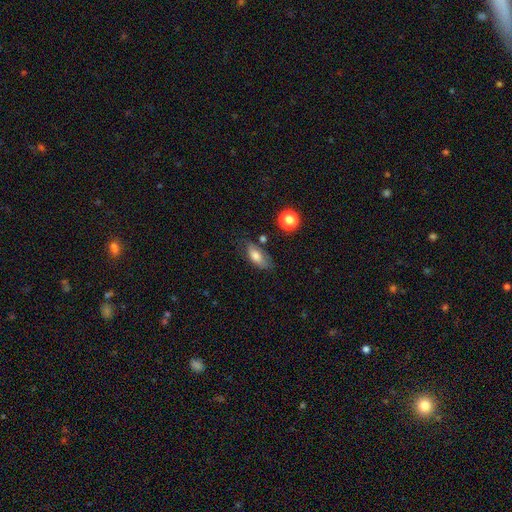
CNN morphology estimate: smooth-or-featured: smooth: 75% | featured or disk: 16% | star or artifact: 9%
  how-rounded: in between: 85% | cigar-shaped: 10% | round: 5%
  merging: none: 61% | minor disturbance: 25% | major disturbance: 8% | merger: 6%